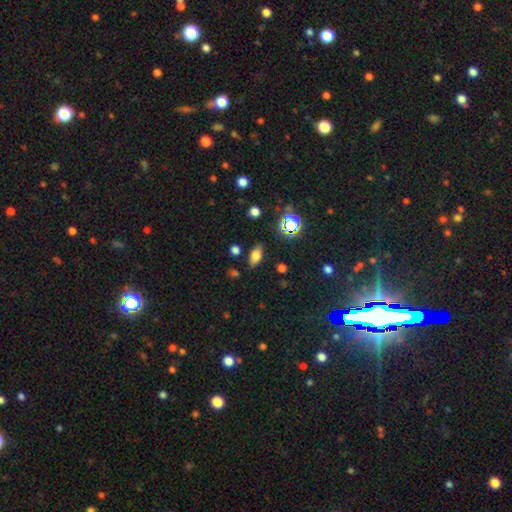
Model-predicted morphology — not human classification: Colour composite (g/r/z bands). It shows a smooth galaxy with no disk features (70%) that is in between round and cigar-shaped (85%). Merging: none (83%).